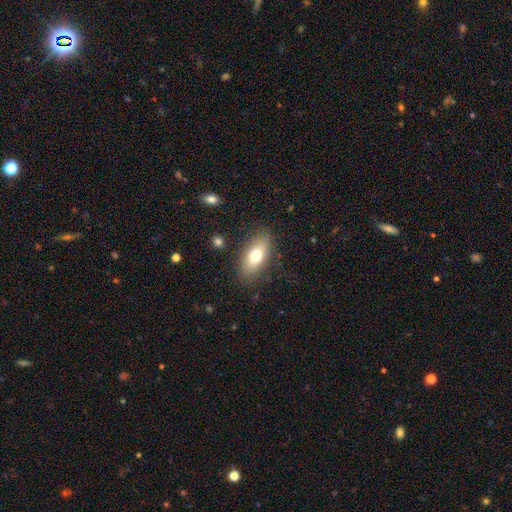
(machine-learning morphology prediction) smooth_or_featured: smooth (p=0.71) [alt: featured or disk p=0.21]
how_rounded: in between (p=0.84) [alt: cigar-shaped p=0.12]
merging: none (p=0.84) [alt: minor disturbance p=0.12]